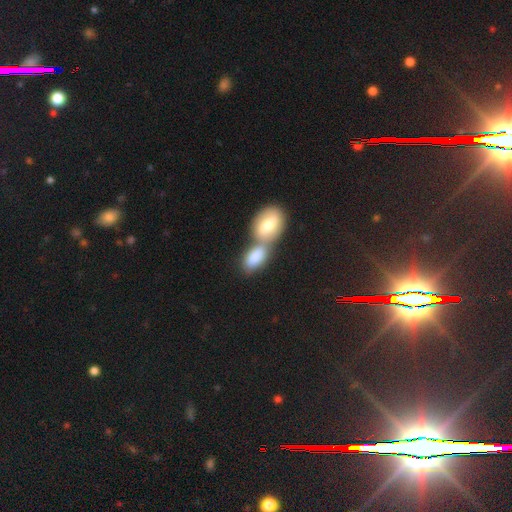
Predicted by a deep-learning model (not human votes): A smooth galaxy with no disk features (74%) that is in between round and cigar-shaped (86%). Merging: merger (65%).